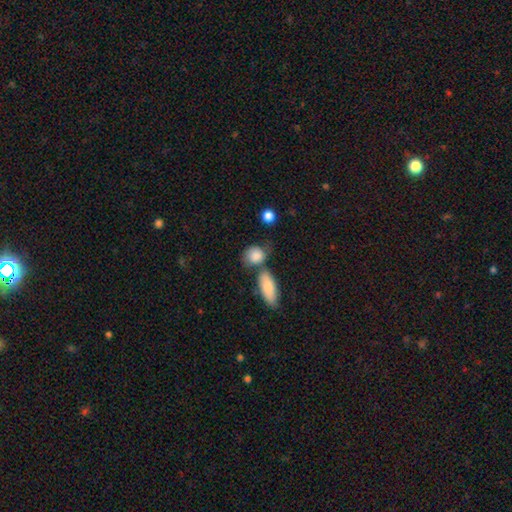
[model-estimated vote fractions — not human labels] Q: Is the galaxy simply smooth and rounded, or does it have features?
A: smooth — 85%.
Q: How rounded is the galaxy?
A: round — 54%.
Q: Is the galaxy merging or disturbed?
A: none — 45%.